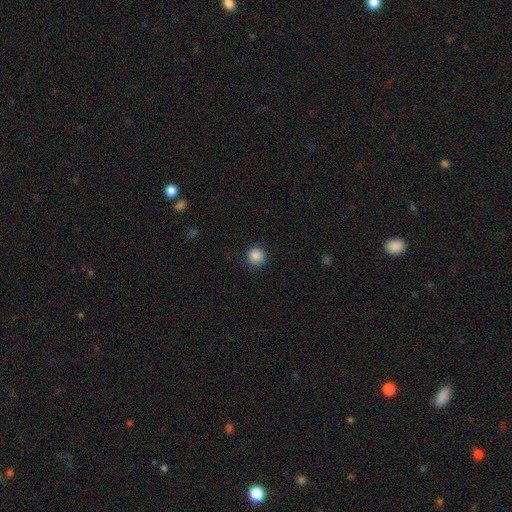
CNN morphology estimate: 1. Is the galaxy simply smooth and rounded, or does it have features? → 87% smooth, 10% star or artifact, 3% featured or disk.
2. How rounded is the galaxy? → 93% round, 6% in between, 1% cigar-shaped.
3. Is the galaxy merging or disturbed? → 89% none, 7% minor disturbance, 2% major disturbance, 1% merger.